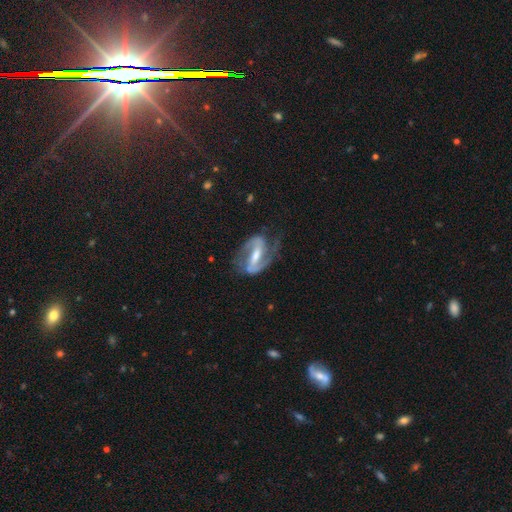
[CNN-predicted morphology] Smooth or featured?
  - featured or disk: 89% *
  - smooth: 7%
  - star or artifact: 4%
Edge-on disk?
  - no: 96% *
  - yes: 4%
Bar?
  - strong: 61% *
  - weak: 30%
  - no: 10%
Spiral arms?
  - yes: 96% *
  - no: 4%
Spiral winding?
  - medium: 54% *
  - tight: 25%
  - loose: 21%
Spiral arm count?
  - 2: 90% *
  - 1: 4%
  - can't tell: 3%
  - 3: 1%
  - 4: 1%
  - more than 4: 1%
Bulge size?
  - moderate: 54% *
  - small: 31%
  - large: 9%
  - none: 5%
  - dominant: 1%
Merging?
  - none: 67% *
  - minor disturbance: 19%
  - major disturbance: 12%
  - merger: 2%